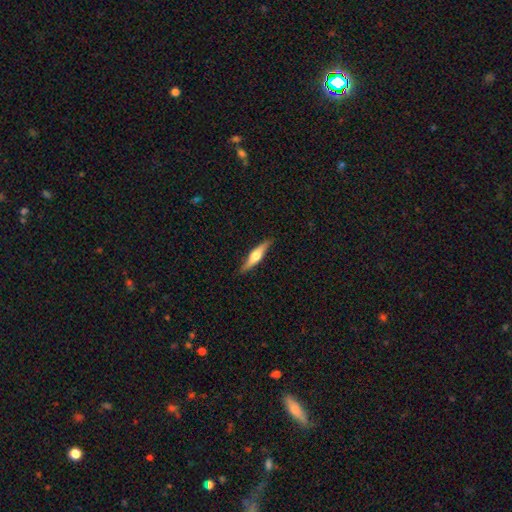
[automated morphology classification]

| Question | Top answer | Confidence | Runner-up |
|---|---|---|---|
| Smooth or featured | featured or disk | 58% | smooth (37%) |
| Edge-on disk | yes | 93% | no (7%) |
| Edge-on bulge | rounded | 90% | boxy (7%) |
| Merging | none | 86% | minor disturbance (11%) |